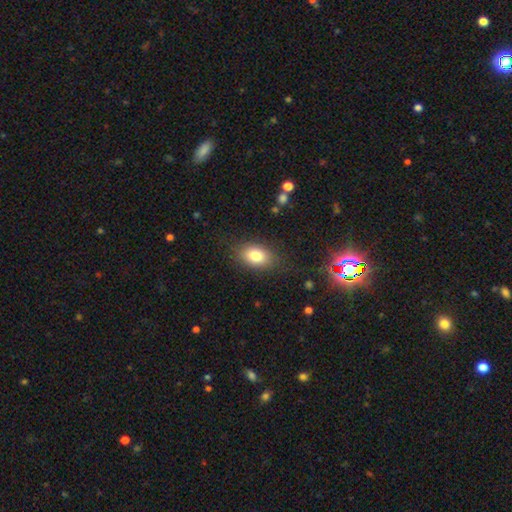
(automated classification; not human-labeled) Morphology: type=smooth (80%); roundness=in between (83%); merging=none (81%).